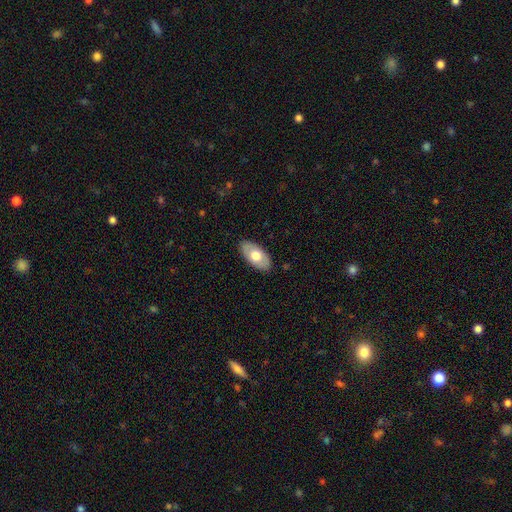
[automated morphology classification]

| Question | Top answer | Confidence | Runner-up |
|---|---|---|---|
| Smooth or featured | smooth | 62% | featured or disk (33%) |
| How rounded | in between | 94% | round (3%) |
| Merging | none | 86% | minor disturbance (10%) |